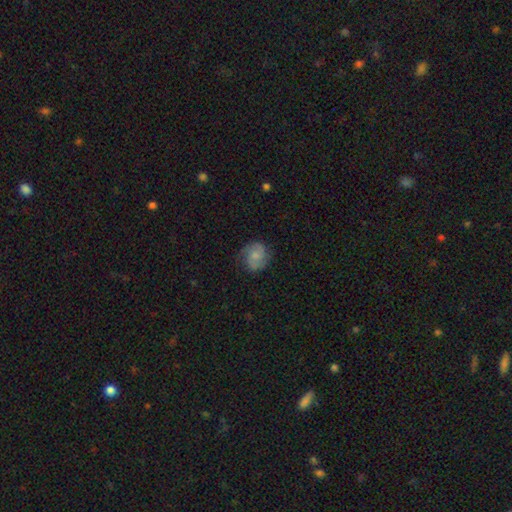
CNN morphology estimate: A smooth galaxy with no disk features (53%) that is round (73%). Merging: none (66%).